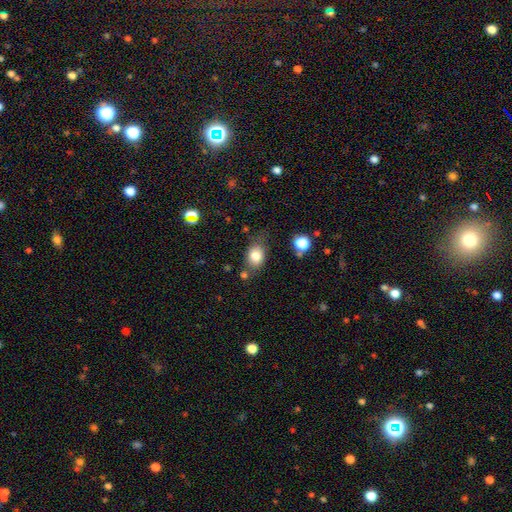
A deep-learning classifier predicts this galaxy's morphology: Smooth or featured? smooth (81%)
How rounded? in between (69%)
Merging? none (64%)